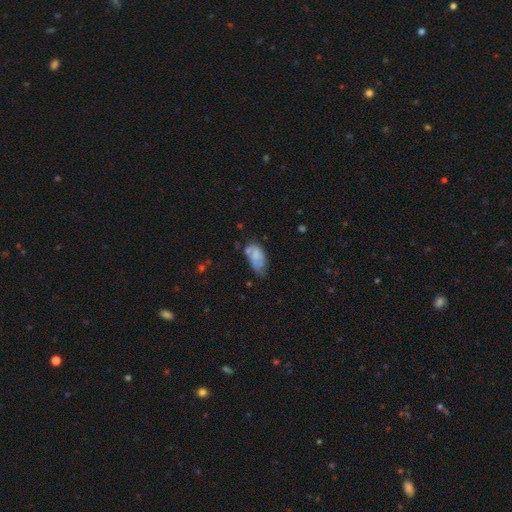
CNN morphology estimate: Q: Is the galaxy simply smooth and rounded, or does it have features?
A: smooth — 65%.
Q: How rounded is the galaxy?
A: in between — 92%.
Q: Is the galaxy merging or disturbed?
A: minor disturbance — 39%.